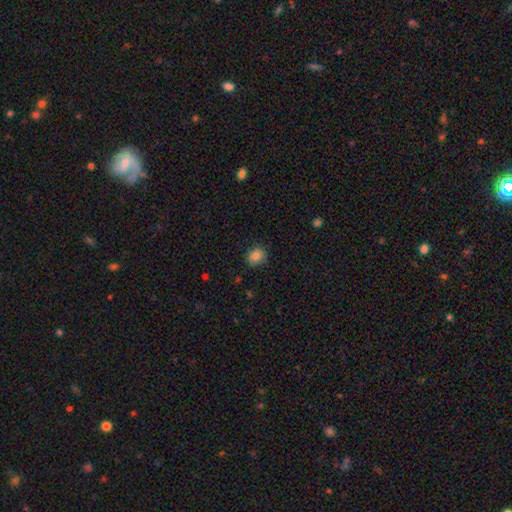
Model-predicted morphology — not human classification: A smooth galaxy with no disk features (85%) that is round (68%). Merging: none (85%).